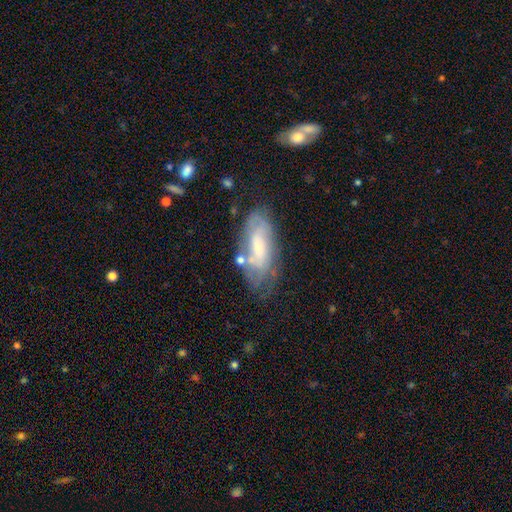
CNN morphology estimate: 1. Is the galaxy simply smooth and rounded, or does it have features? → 56% featured or disk, 36% smooth, 8% star or artifact.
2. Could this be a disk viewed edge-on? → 89% no, 11% yes.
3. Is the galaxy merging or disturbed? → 50% none, 26% minor disturbance, 16% major disturbance, 9% merger.